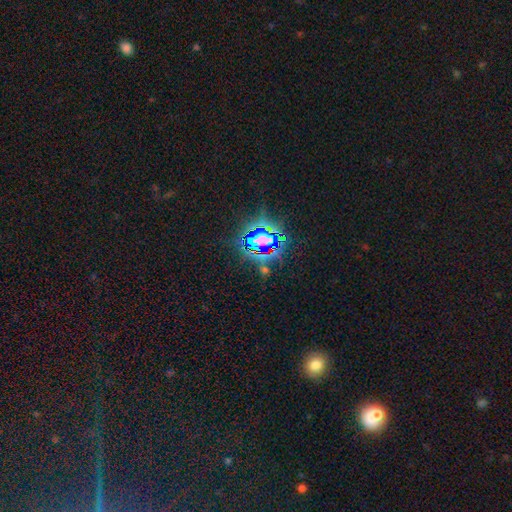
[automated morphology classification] A star or artifact, not a galaxy (77%).

Vote fractions:
- Smooth or featured? star or artifact: 77% / smooth: 14% / featured or disk: 9%